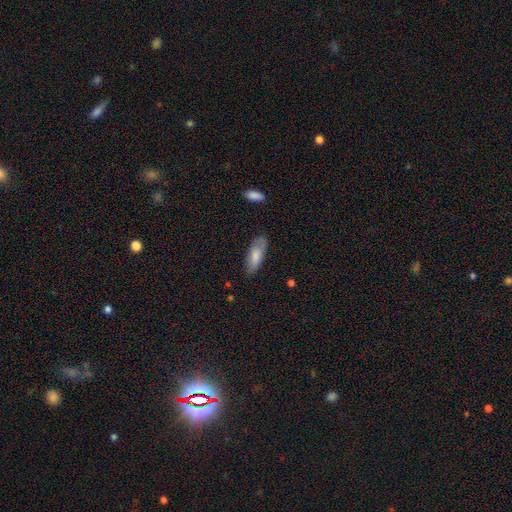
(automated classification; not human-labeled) Smooth or featured? Predicted: smooth (p=0.78). How rounded? Predicted: in between (p=0.68). Merging? Predicted: none (p=0.76).